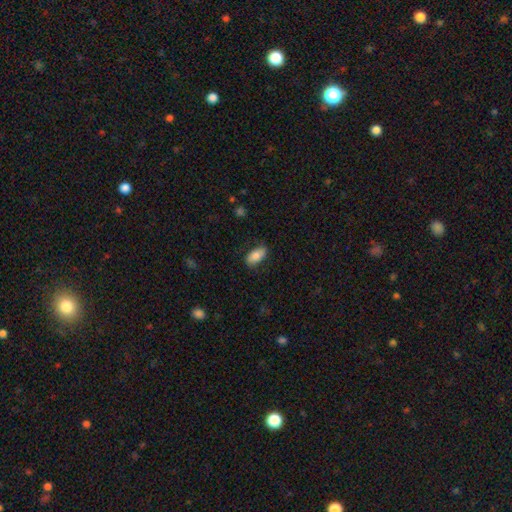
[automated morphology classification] Smooth or featured? Predicted: smooth (p=0.81). How rounded? Predicted: in between (p=0.91). Merging? Predicted: none (p=0.79).